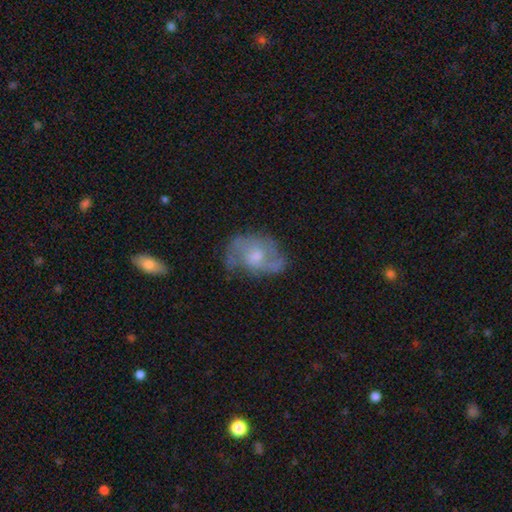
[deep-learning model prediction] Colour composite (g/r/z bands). It shows a featured or disk galaxy (67%) with no bar (66%), 2 (65%) medium (45%) spiral arms (79%) and a moderate central bulge (51%). Merging: none (54%).